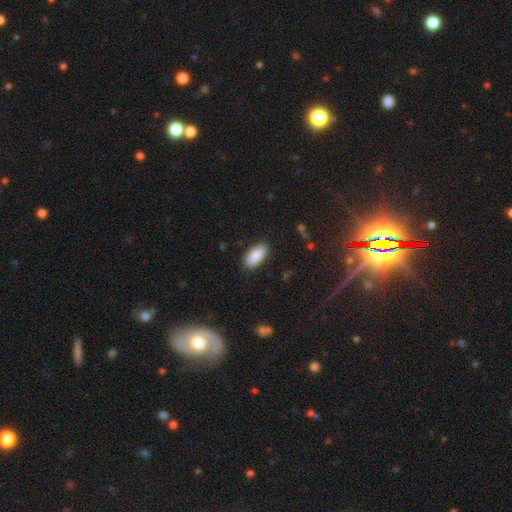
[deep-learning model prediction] smooth 87%, featured or disk 7%, star or artifact 6%. Down the decision tree: how rounded — in between (91%); merging — none (87%).